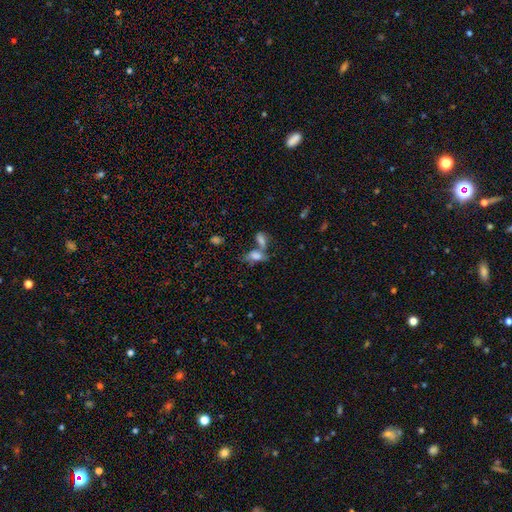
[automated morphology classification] type=smooth (71%); roundness=in between (83%); merging=merger (49%).